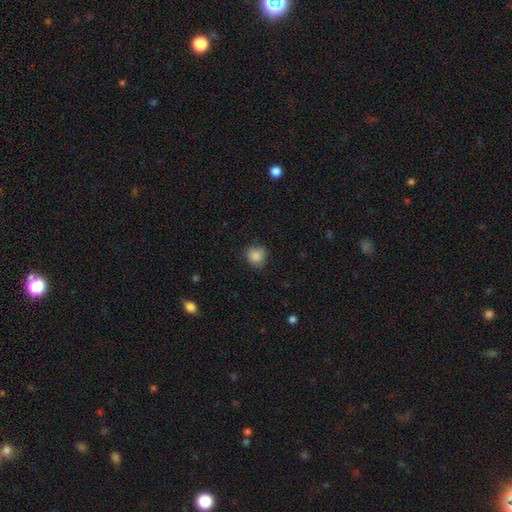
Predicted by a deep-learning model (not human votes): smooth-or-featured: smooth: 86% | star or artifact: 9% | featured or disk: 5%
  how-rounded: round: 84% | in between: 16% | cigar-shaped: 1%
  merging: none: 75% | minor disturbance: 19% | major disturbance: 4% | merger: 2%